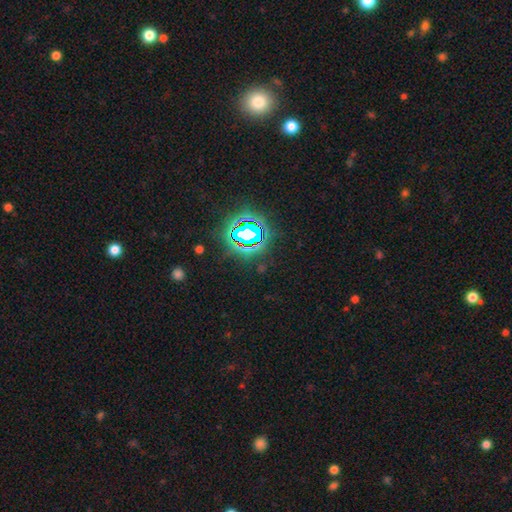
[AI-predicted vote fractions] Smooth or featured: star or artifact — 82% (smooth — 11%)